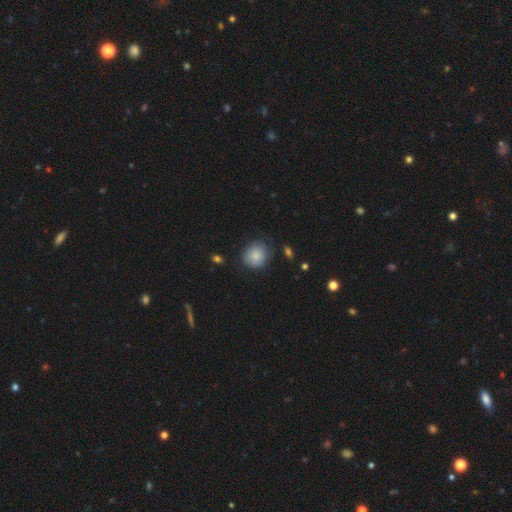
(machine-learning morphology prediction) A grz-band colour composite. It shows a smooth galaxy with no disk features (81%) that is round (77%). Merging: none (67%).